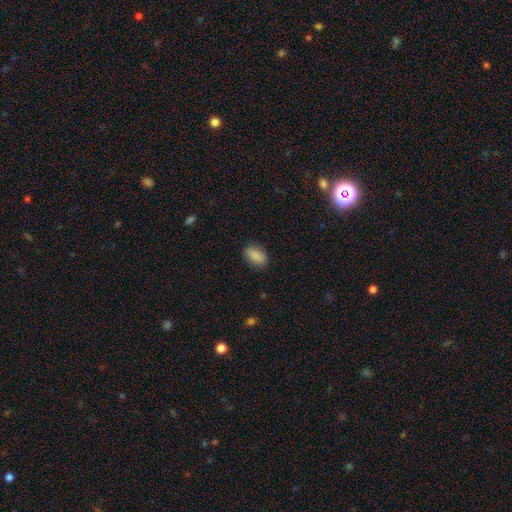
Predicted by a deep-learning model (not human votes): Overall: smooth (87%). How rounded: in between (89%). Merging: none (84%).